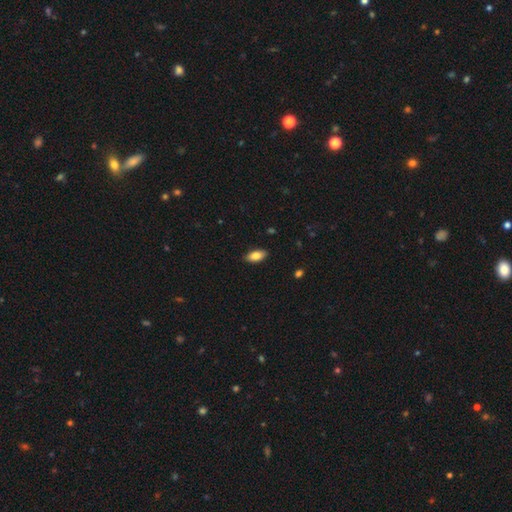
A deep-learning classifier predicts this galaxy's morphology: A smooth galaxy with no disk features (83%) that is in between round and cigar-shaped (91%). Merging: none (88%).